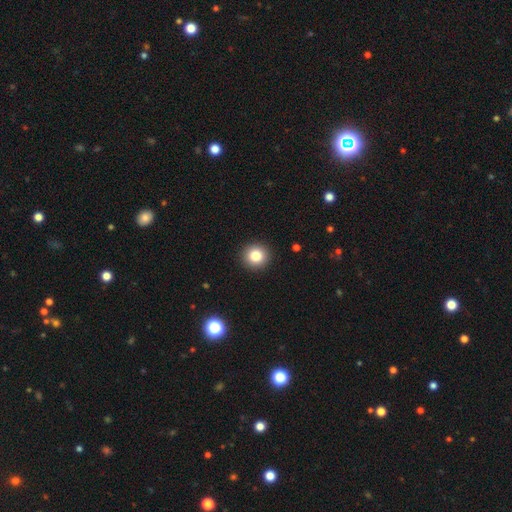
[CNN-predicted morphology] A smooth galaxy with no disk features (83%) that is round (93%).

Vote fractions:
- Smooth or featured? smooth: 83% / star or artifact: 11% / featured or disk: 6%
- How rounded? round: 93% / in between: 6% / cigar-shaped: 1%
- Merging? none: 92% / minor disturbance: 5% / major disturbance: 2% / merger: 1%